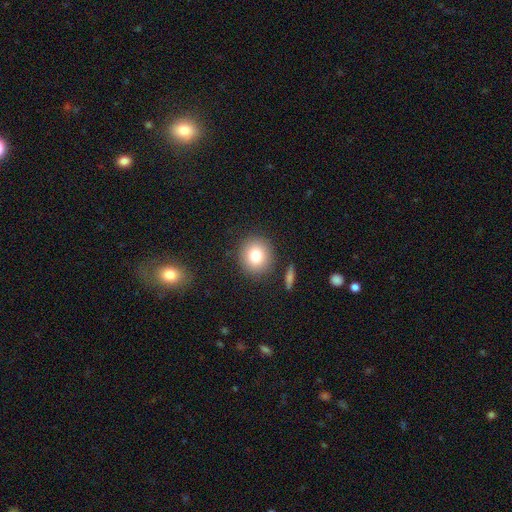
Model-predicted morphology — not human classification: Smooth or featured? Predicted: smooth (p=0.79). How rounded? Predicted: round (p=0.87). Merging? Predicted: none (p=0.88).